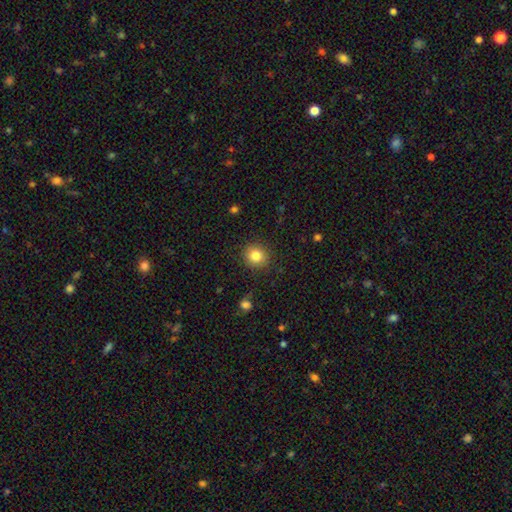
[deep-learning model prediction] This is clearly a smooth galaxy (83%). How rounded: clearly round (85%). Merging: clearly none (89%).